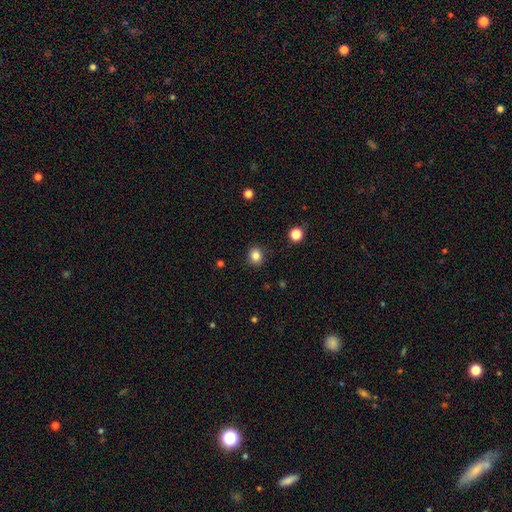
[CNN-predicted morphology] Smooth or featured: smooth — 84% (star or artifact — 11%)
How rounded: round — 76% (in between — 24%)
Merging: none — 89% (minor disturbance — 8%)